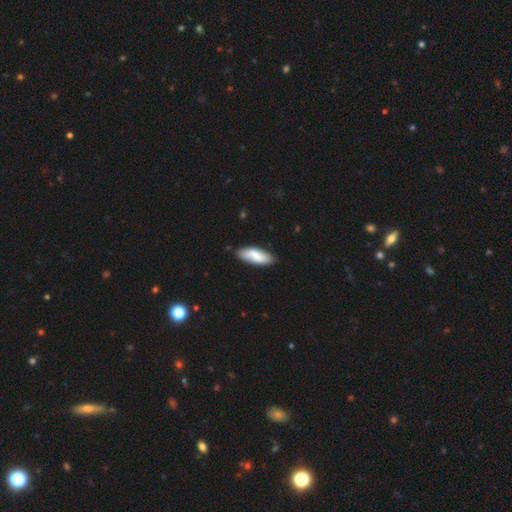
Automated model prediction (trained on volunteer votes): smooth_or_featured: smooth (p=0.77) [alt: featured or disk p=0.17]
how_rounded: in between (p=0.74) [alt: cigar-shaped p=0.24]
merging: none (p=0.79) [alt: minor disturbance p=0.16]